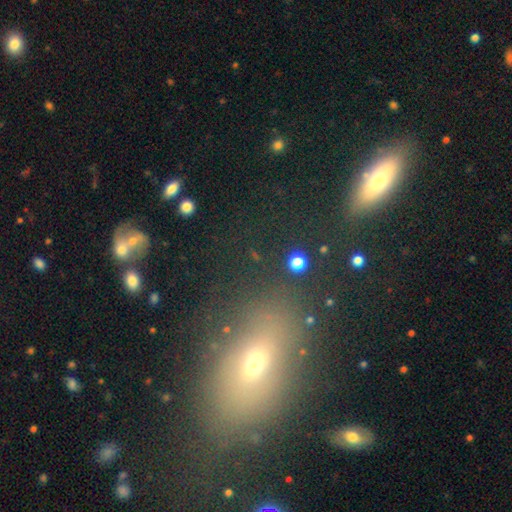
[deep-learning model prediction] Morphology: type=smooth (49%); merging=none (72%).